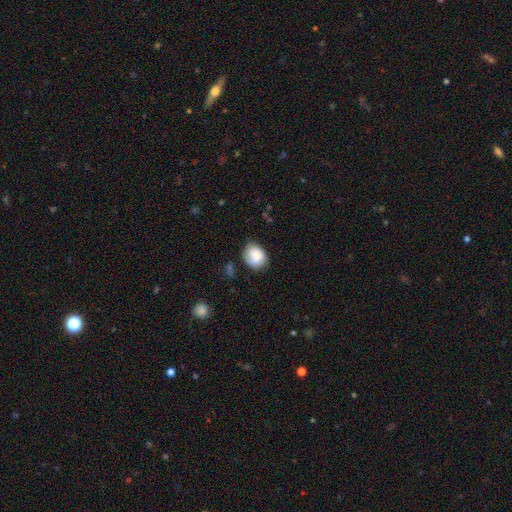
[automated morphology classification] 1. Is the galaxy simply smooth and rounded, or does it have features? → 80% smooth, 12% featured or disk, 8% star or artifact.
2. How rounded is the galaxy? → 54% round, 45% in between, 1% cigar-shaped.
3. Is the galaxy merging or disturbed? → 67% none, 25% minor disturbance, 6% major disturbance, 3% merger.